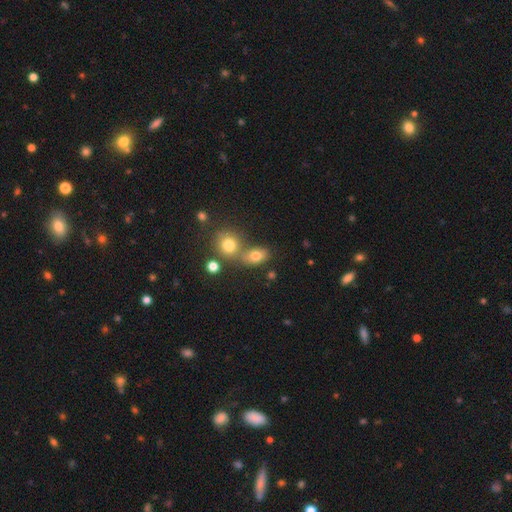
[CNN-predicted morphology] Smooth or featured? Predicted: smooth (p=0.76). How rounded? Predicted: in between (p=0.68). Merging? Predicted: none (p=0.51).